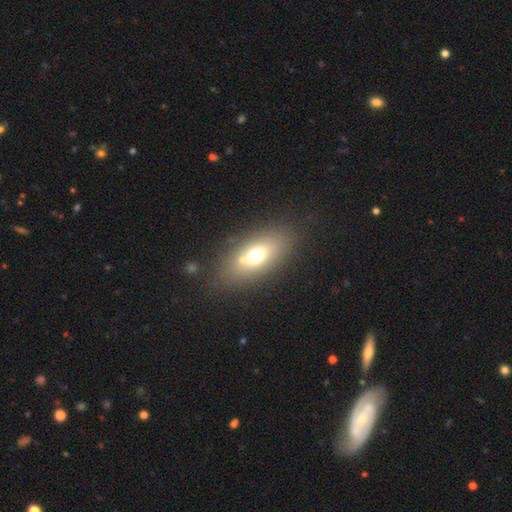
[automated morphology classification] This is likely a smooth galaxy (66%). How rounded: clearly in between (80%). Merging: likely none (77%).